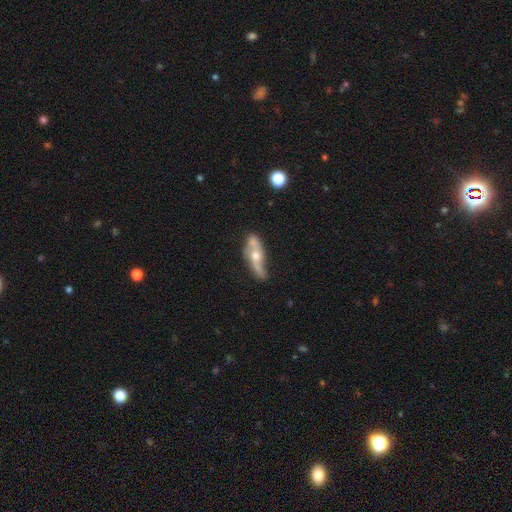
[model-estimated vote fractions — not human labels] Smooth or featured? Predicted: featured or disk (p=0.72). Edge-on disk? Predicted: no (p=0.67). Merging? Predicted: none (p=0.60).